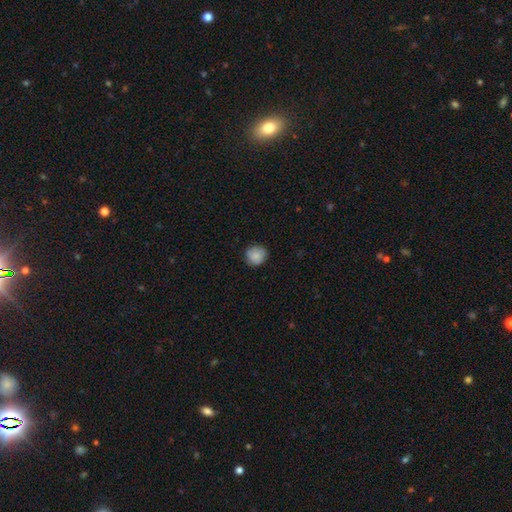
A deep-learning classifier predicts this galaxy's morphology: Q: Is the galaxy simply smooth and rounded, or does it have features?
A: smooth — 84%.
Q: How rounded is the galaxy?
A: round — 91%.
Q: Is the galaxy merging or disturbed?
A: none — 85%.